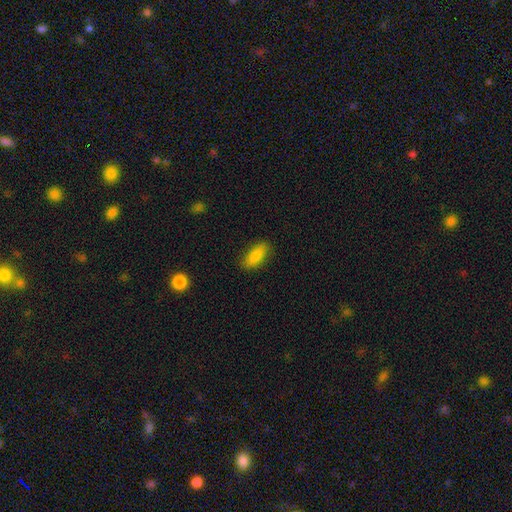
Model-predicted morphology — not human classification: A smooth galaxy with no disk features (85%) that is in between round and cigar-shaped (81%).

Vote fractions:
- Smooth or featured? smooth: 85% / featured or disk: 8% / star or artifact: 7%
- How rounded? in between: 81% / cigar-shaped: 17% / round: 3%
- Merging? none: 83% / minor disturbance: 13% / major disturbance: 3% / merger: 1%